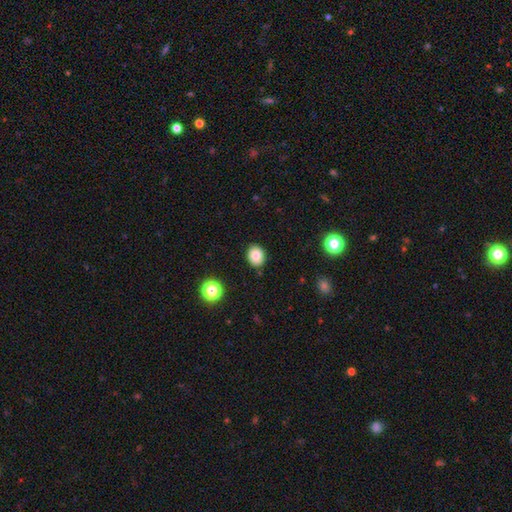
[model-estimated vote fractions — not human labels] Smooth or featured? smooth (83%)
How rounded? round (52%)
Merging? none (87%)